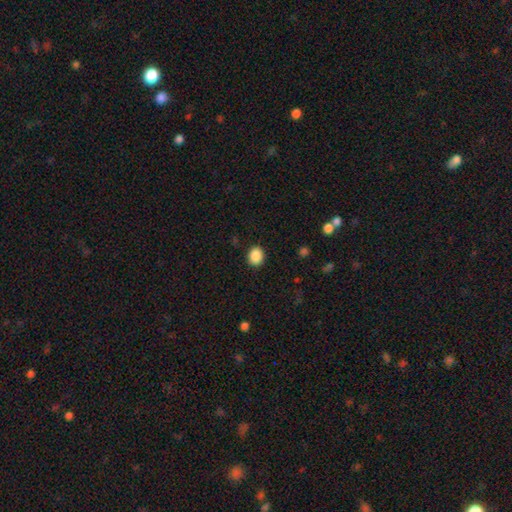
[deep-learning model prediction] A smooth galaxy with no disk features (89%) that is round (57%).

Vote fractions:
- Smooth or featured? smooth: 89% / star or artifact: 9% / featured or disk: 3%
- How rounded? round: 57% / in between: 43% / cigar-shaped: 1%
- Merging? none: 89% / minor disturbance: 8% / major disturbance: 2% / merger: 1%